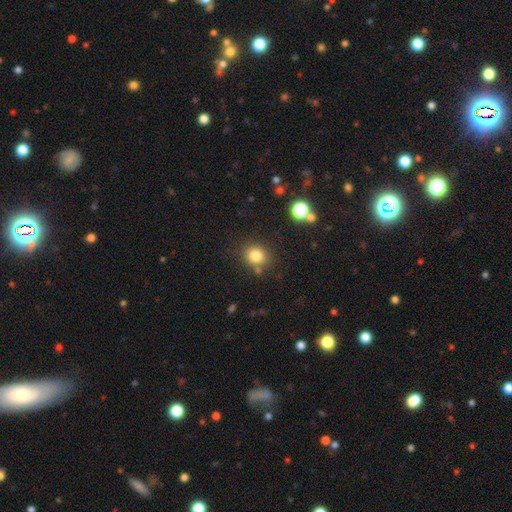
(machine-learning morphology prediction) The model was most divided on "how rounded": round: 82%, in between: 18%, cigar-shaped: 1%. More confident: smooth or featured — smooth (81%); merging — none (80%).